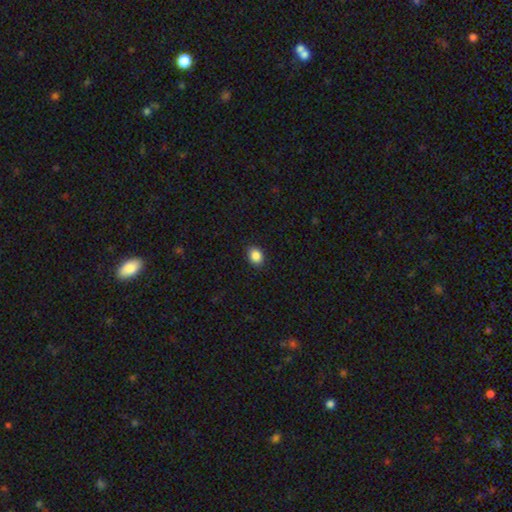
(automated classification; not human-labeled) Morphology: type=smooth (88%); roundness=in between (55%); merging=none (89%).